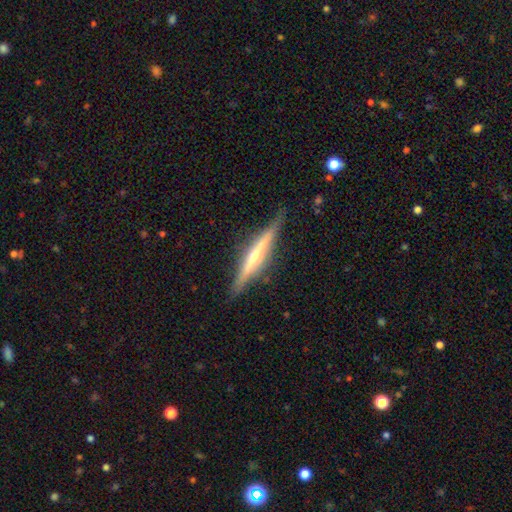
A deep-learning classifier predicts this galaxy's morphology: Overall: featured or disk (77%). Edge-on disk: yes (97%). Edge-on bulge: rounded (80%). Merging: none (87%).